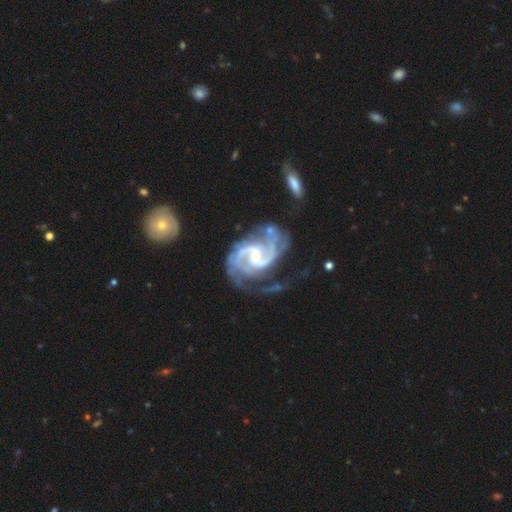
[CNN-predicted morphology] Smooth or featured? featured or disk (94%)
Edge-on disk? no (98%)
Bar? weak (53%)
Spiral arms? yes (98%)
Spiral winding? medium (57%)
Spiral arm count? 2 (80%)
Bulge size? small (57%)
Merging? none (47%)